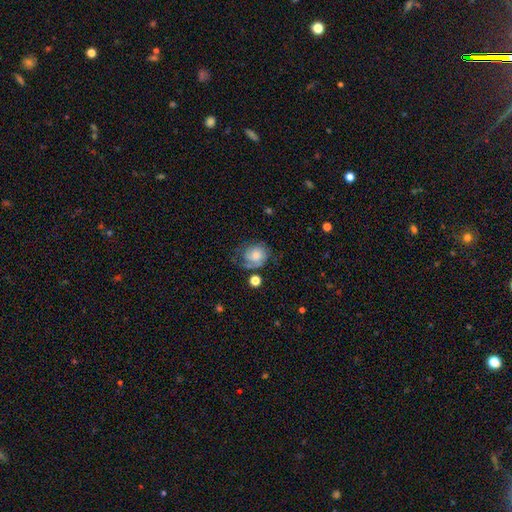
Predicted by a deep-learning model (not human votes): smooth_or_featured: smooth (p=0.51) [alt: featured or disk p=0.40]
how_rounded: round (p=0.62) [alt: in between p=0.37]
merging: none (p=0.44) [alt: minor disturbance p=0.28]